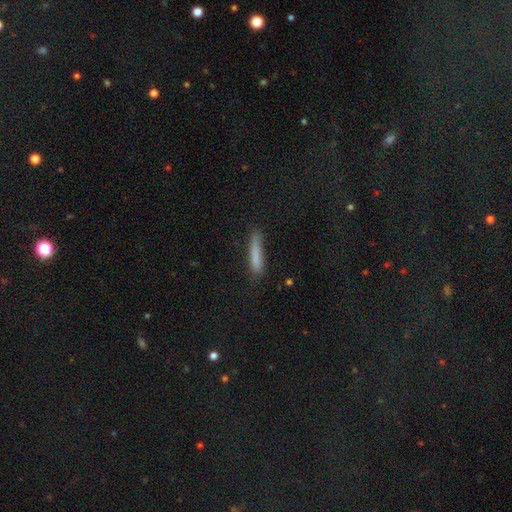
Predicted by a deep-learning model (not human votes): Morphology: type=smooth (81%); roundness=cigar-shaped (91%); merging=none (78%).